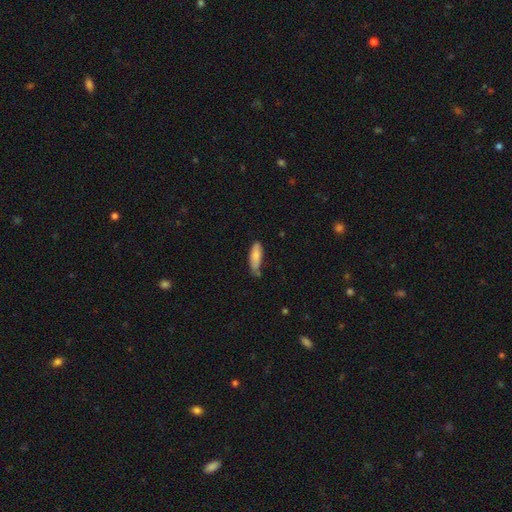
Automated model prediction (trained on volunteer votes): A smooth galaxy with no disk features (80%) that is in between round and cigar-shaped (55%). Merging: none (56%).